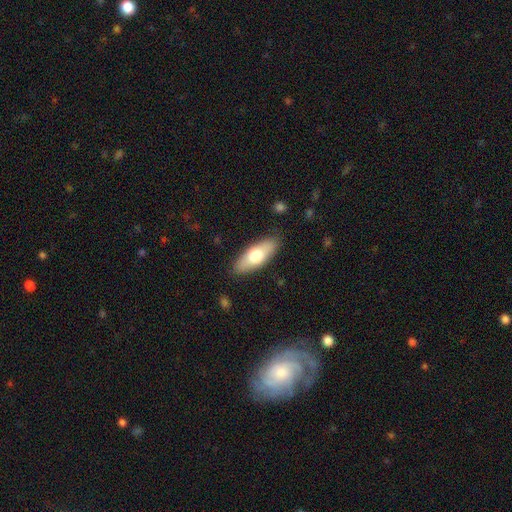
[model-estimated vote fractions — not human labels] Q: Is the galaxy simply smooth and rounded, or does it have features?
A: smooth — 65%.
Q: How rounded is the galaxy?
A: in between — 71%.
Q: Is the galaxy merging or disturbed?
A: none — 86%.